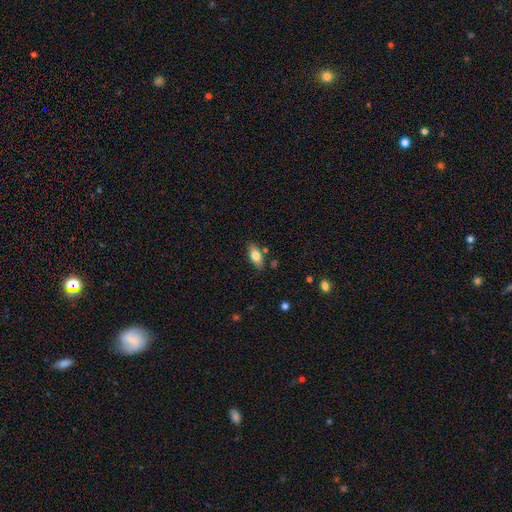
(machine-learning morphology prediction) The model was most divided on "smooth or featured": smooth: 77%, featured or disk: 16%, star or artifact: 7%. More confident: how rounded — in between (88%); merging — none (80%).